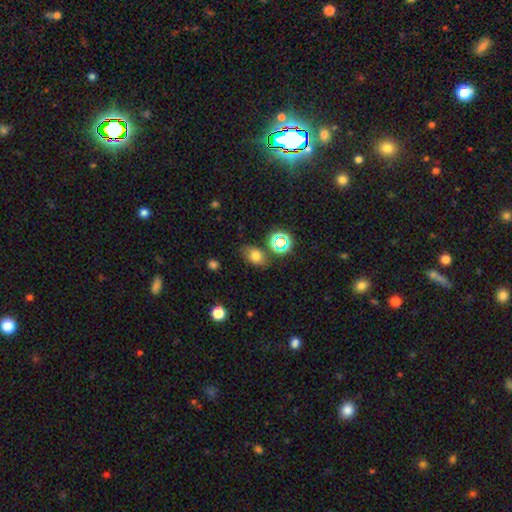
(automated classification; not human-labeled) A smooth galaxy with no disk features (71%) that is in between round and cigar-shaped (70%).

Vote fractions:
- Smooth or featured? smooth: 71% / star or artifact: 19% / featured or disk: 10%
- How rounded? in between: 70% / round: 29% / cigar-shaped: 2%
- Merging? none: 72% / minor disturbance: 17% / merger: 6% / major disturbance: 5%